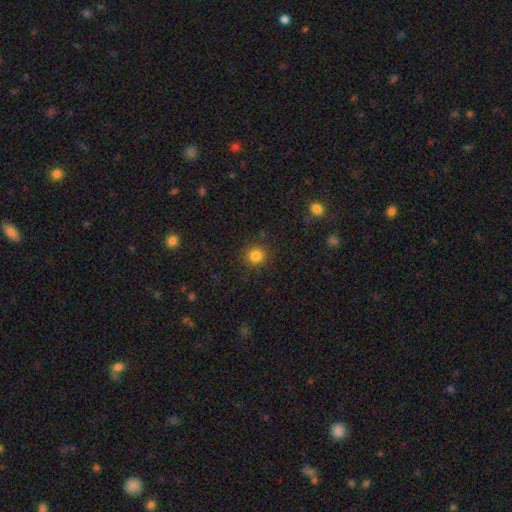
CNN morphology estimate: Smooth or featured: smooth — 83% (star or artifact — 12%)
How rounded: round — 91% (in between — 8%)
Merging: none — 89% (minor disturbance — 7%)